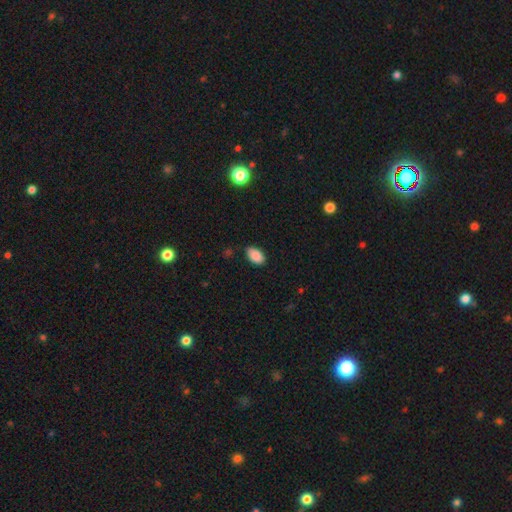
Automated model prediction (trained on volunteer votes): Smooth or featured?
  - smooth: 88% *
  - star or artifact: 8%
  - featured or disk: 4%
How rounded?
  - in between: 93% *
  - round: 5%
  - cigar-shaped: 2%
Merging?
  - none: 79% *
  - minor disturbance: 17%
  - major disturbance: 3%
  - merger: 1%